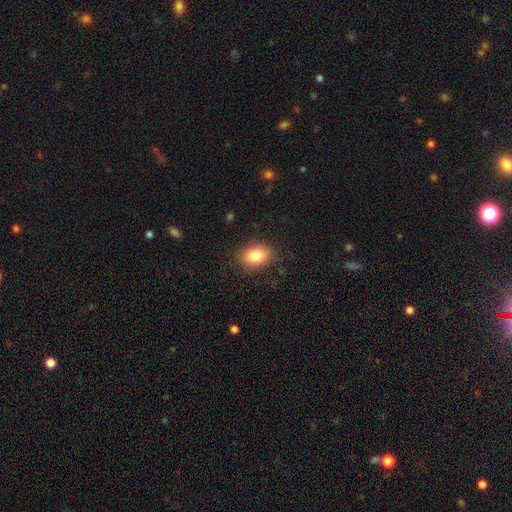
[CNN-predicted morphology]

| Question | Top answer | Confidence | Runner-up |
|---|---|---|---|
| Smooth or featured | smooth | 83% | star or artifact (9%) |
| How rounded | in between | 75% | round (24%) |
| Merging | none | 85% | minor disturbance (11%) |